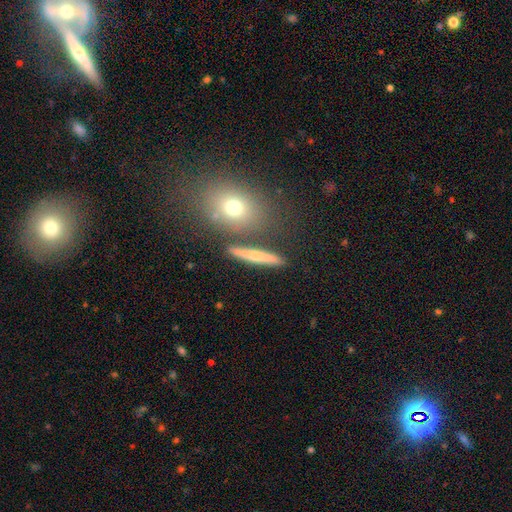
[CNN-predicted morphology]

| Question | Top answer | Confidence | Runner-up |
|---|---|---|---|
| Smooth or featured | smooth | 51% | featured or disk (37%) |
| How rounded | cigar-shaped | 69% | in between (17%) |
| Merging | none | 80% | minor disturbance (10%) |